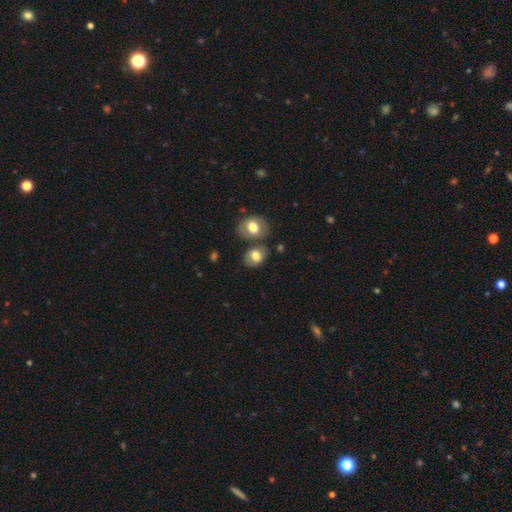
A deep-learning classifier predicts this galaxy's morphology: Smooth or featured? Predicted: smooth (p=0.71). How rounded? Predicted: in between (p=0.63). Merging? Predicted: none (p=0.56).